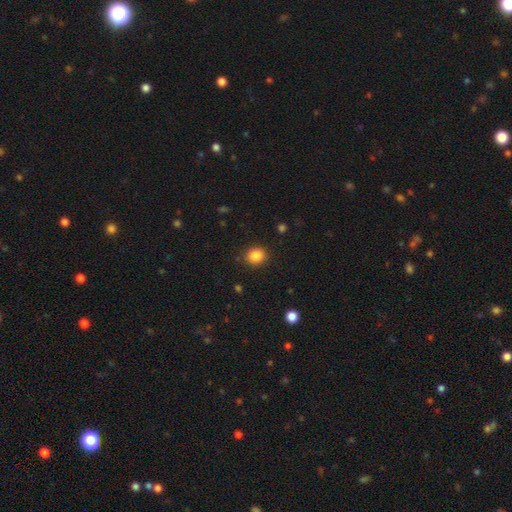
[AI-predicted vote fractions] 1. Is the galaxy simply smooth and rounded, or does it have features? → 86% smooth, 10% star or artifact, 4% featured or disk.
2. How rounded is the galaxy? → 80% round, 19% in between, 1% cigar-shaped.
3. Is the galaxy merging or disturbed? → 88% none, 8% minor disturbance, 3% major disturbance, 1% merger.